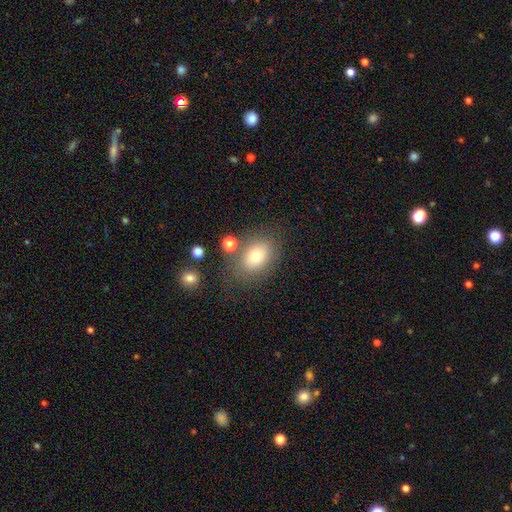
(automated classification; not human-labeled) A smooth galaxy with no disk features (71%) that is in between round and cigar-shaped (70%). Merging: none (70%).